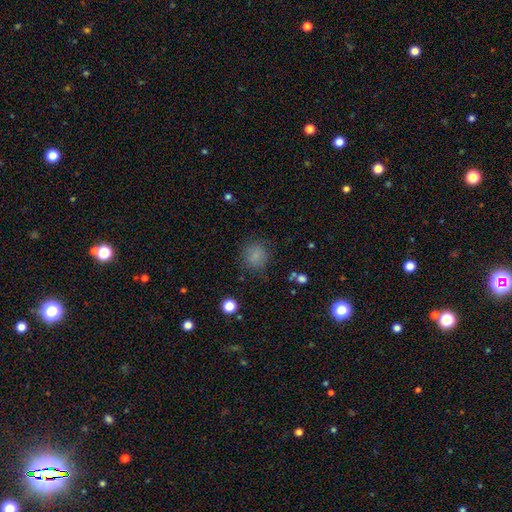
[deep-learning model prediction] Smooth or featured? Predicted: smooth (p=0.80). How rounded? Predicted: round (p=0.83). Merging? Predicted: none (p=0.80).